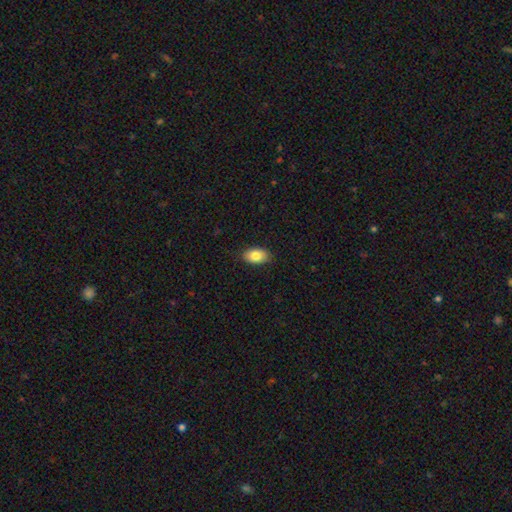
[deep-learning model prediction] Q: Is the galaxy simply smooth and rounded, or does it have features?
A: smooth — 83%.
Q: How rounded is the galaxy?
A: in between — 91%.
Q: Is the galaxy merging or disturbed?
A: none — 87%.